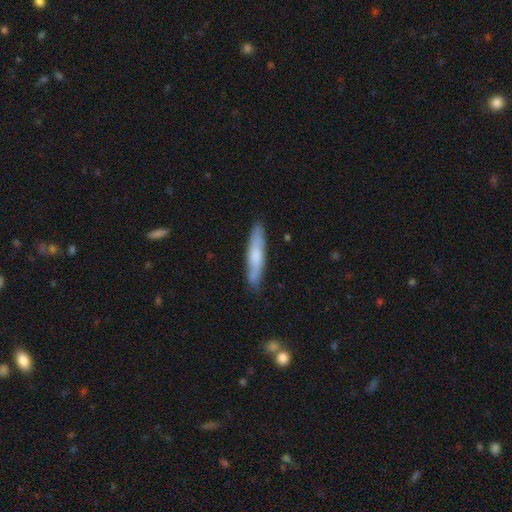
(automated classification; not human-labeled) Smooth or featured? smooth (61%)
How rounded? cigar-shaped (87%)
Merging? none (84%)